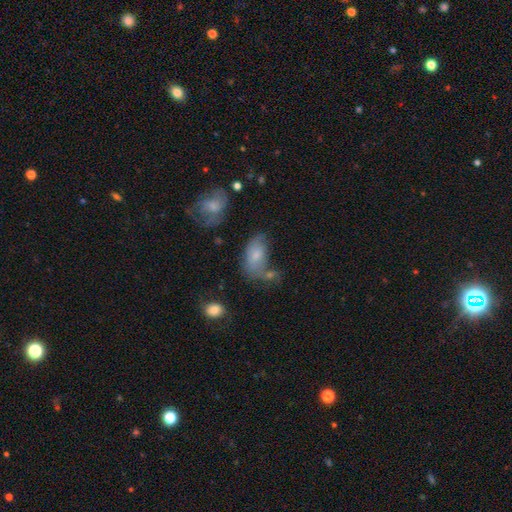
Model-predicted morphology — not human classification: Smooth or featured?
  - smooth: 64% *
  - featured or disk: 26%
  - star or artifact: 10%
How rounded?
  - in between: 91% *
  - round: 6%
  - cigar-shaped: 2%
Merging?
  - none: 33% *
  - minor disturbance: 25%
  - major disturbance: 21%
  - merger: 21%